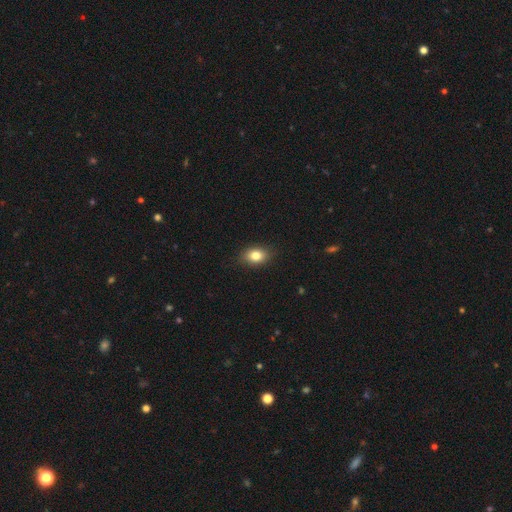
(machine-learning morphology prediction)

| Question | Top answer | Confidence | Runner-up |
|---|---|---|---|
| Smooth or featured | smooth | 82% | star or artifact (9%) |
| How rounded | in between | 76% | round (22%) |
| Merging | none | 87% | minor disturbance (10%) |